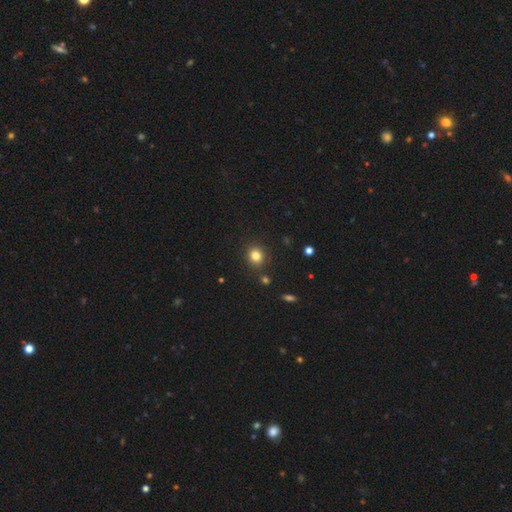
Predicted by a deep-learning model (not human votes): Smooth or featured?
  - smooth: 81% *
  - star or artifact: 13%
  - featured or disk: 6%
How rounded?
  - round: 81% *
  - in between: 18%
  - cigar-shaped: 1%
Merging?
  - none: 85% *
  - minor disturbance: 9%
  - merger: 4%
  - major disturbance: 3%